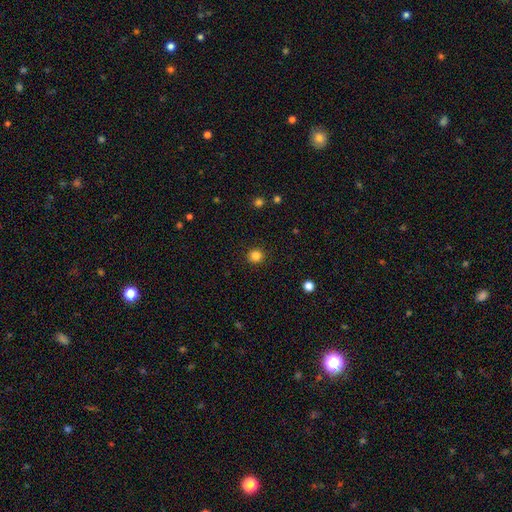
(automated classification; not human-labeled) This is clearly a smooth galaxy (83%). How rounded: clearly round (93%). Merging: clearly none (92%).